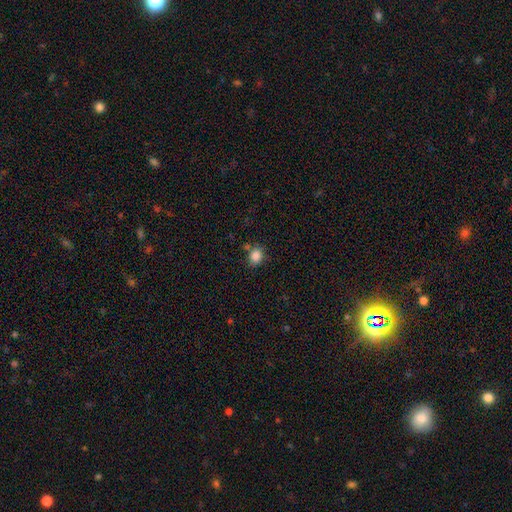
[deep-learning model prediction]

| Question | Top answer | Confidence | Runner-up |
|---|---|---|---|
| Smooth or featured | smooth | 85% | star or artifact (11%) |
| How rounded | round | 60% | in between (39%) |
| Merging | none | 73% | minor disturbance (15%) |